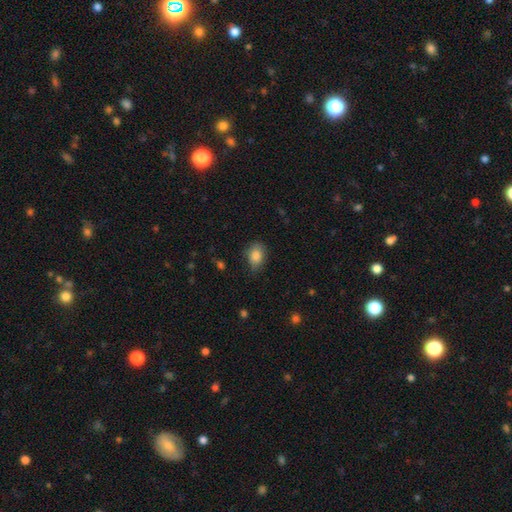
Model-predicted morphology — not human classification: This appears to be a smooth galaxy with no disk features (86%) that is in between round and cigar-shaped (76%). Merging: none (71%).